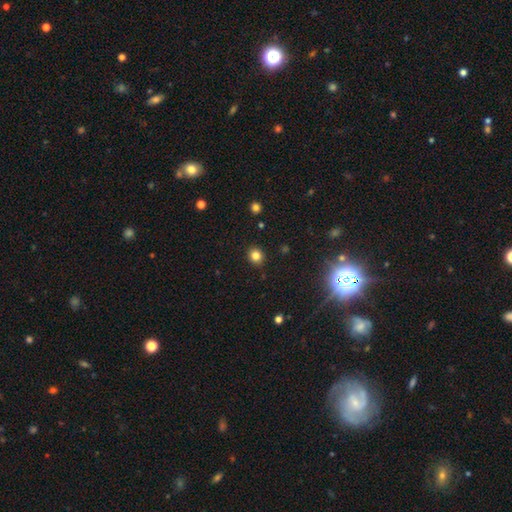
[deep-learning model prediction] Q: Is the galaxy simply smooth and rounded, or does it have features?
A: smooth — 81%.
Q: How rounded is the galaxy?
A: round — 86%.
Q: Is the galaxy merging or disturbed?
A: none — 91%.